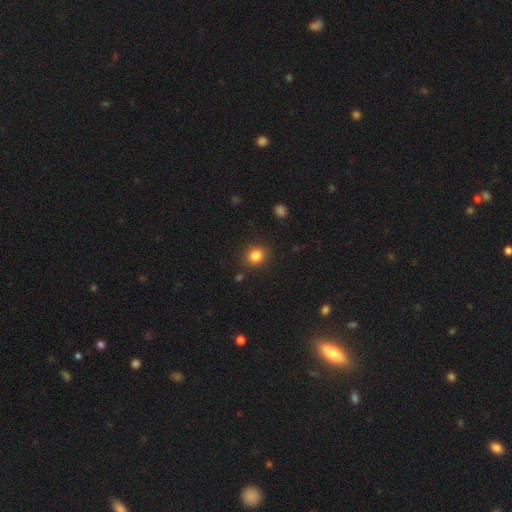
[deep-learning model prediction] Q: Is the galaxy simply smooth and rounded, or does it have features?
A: smooth — 84%.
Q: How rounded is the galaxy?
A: round — 85%.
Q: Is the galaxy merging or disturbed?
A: none — 87%.